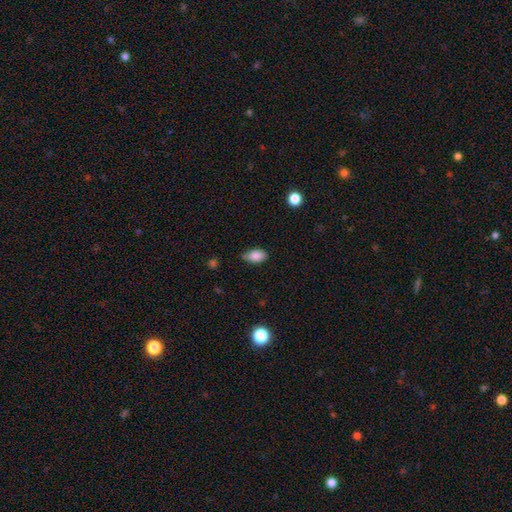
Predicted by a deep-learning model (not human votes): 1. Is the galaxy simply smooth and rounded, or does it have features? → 86% smooth, 8% star or artifact, 6% featured or disk.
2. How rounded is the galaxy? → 90% in between, 8% round, 2% cigar-shaped.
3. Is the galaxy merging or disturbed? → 68% none, 26% minor disturbance, 4% major disturbance, 2% merger.